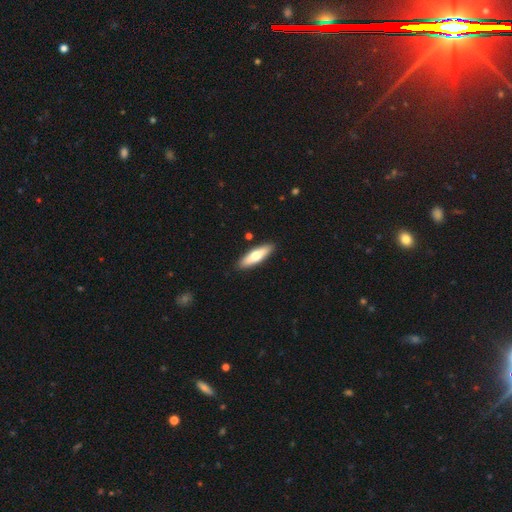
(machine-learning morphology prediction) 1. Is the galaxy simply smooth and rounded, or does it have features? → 60% smooth, 35% featured or disk, 5% star or artifact.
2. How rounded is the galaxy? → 56% cigar-shaped, 42% in between, 2% round.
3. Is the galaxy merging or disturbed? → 89% none, 7% minor disturbance, 2% major disturbance, 2% merger.